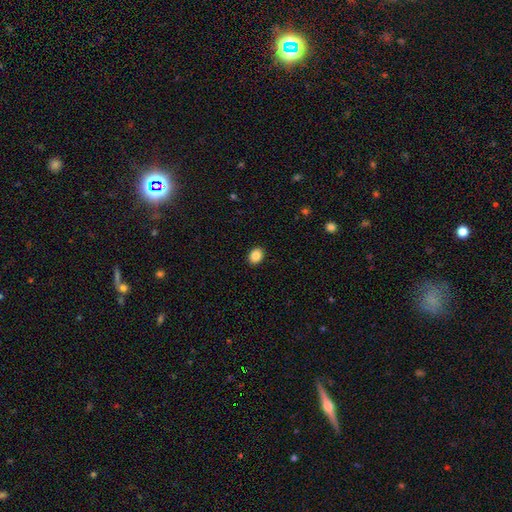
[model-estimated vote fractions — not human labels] Overall: smooth (88%). How rounded: in between (66%; round 33%). Merging: none (91%).